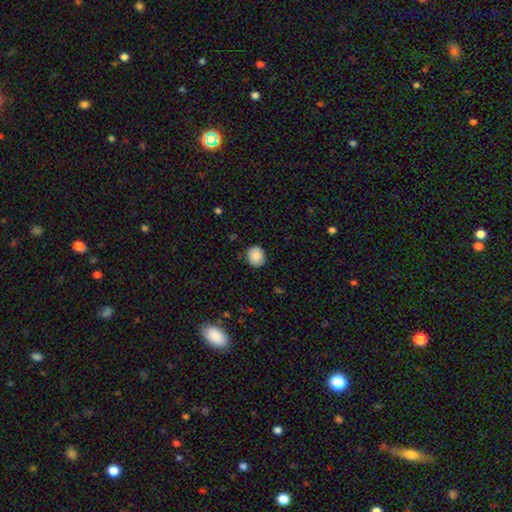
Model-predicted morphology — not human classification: Q: Smooth or featured?
A: smooth (88%); runner-up: star or artifact (8%)
Q: How rounded?
A: round (73%); runner-up: in between (26%)
Q: Merging?
A: none (86%); runner-up: minor disturbance (11%)